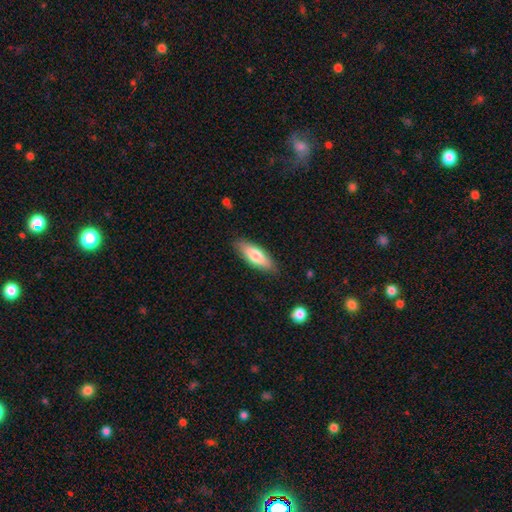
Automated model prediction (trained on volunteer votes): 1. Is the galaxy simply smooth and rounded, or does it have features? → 73% smooth, 21% featured or disk, 6% star or artifact.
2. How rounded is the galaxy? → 61% in between, 38% cigar-shaped, 2% round.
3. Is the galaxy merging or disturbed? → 85% none, 11% minor disturbance, 2% major disturbance, 1% merger.